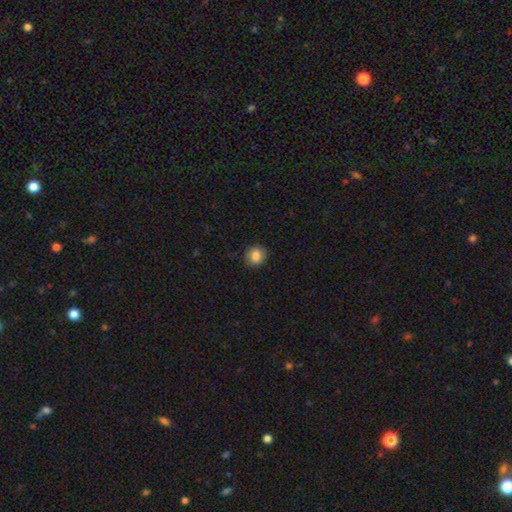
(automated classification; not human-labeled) Overall: smooth (85%). How rounded: round (78%). Merging: none (86%).